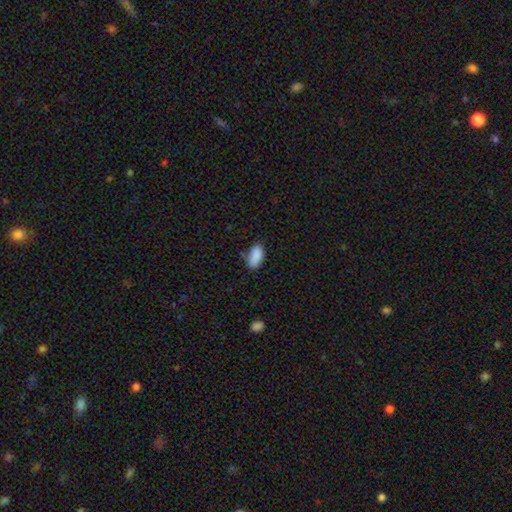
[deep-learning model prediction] smooth_or_featured: smooth (p=0.88) [alt: star or artifact p=0.07]
how_rounded: in between (p=0.92) [alt: cigar-shaped p=0.05]
merging: none (p=0.75) [alt: minor disturbance p=0.19]